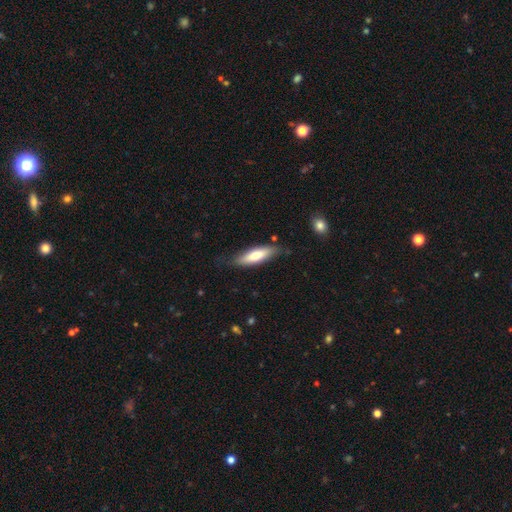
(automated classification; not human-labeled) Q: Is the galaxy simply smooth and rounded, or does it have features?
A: smooth — 66%.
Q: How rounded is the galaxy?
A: cigar-shaped — 58%.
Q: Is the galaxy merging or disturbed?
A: none — 73%.